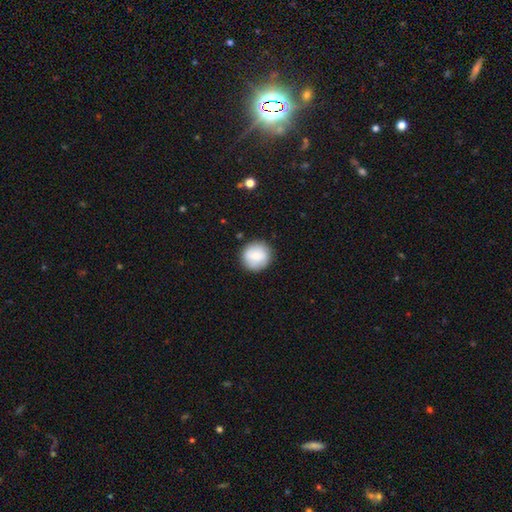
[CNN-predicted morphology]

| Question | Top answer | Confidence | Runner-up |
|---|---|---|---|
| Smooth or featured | smooth | 77% | featured or disk (16%) |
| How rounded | round | 93% | in between (6%) |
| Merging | none | 87% | minor disturbance (9%) |